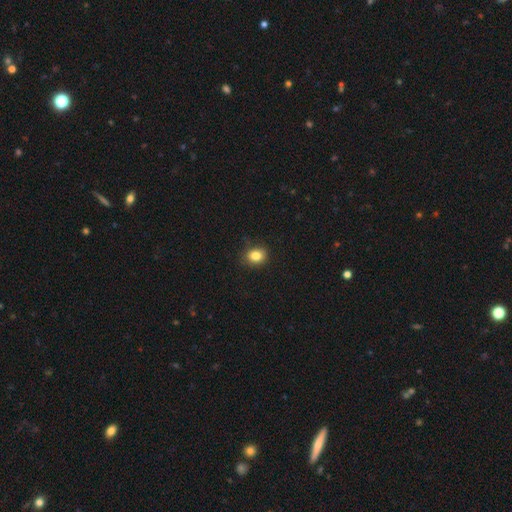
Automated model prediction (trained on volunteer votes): A smooth galaxy with no disk features (83%) that is round (60%).

Vote fractions:
- Smooth or featured? smooth: 83% / star or artifact: 11% / featured or disk: 6%
- How rounded? round: 60% / in between: 39% / cigar-shaped: 1%
- Merging? none: 85% / minor disturbance: 12% / major disturbance: 3% / merger: 1%